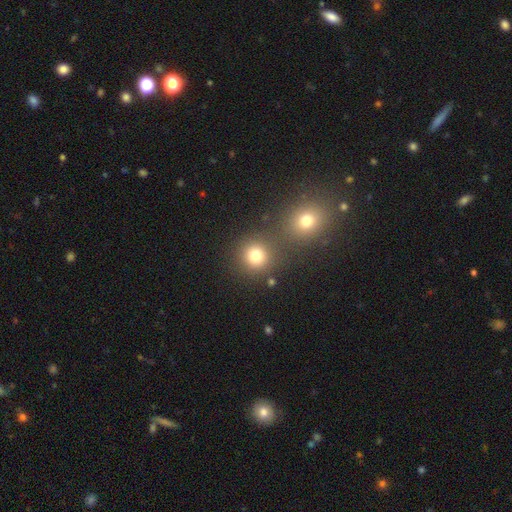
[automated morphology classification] smooth 78%, star or artifact 15%, featured or disk 7%. Down the decision tree: how rounded — round (90%); merging — none (68%).